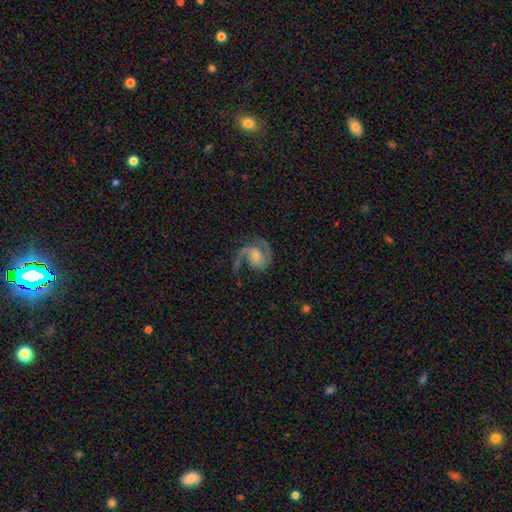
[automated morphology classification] type=featured or disk (87%); edge-on=no (98%); bar=no (53%); spiral arms=yes (97%); winding=medium (55%); arm count=2 (85%); bulge=moderate (48%); merging=none (64%).